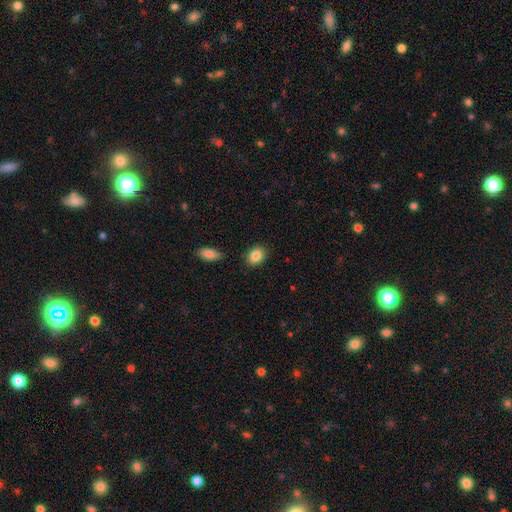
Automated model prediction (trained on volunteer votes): Overall: smooth (87%). How rounded: in between (63%; round 35%). Merging: none (86%).